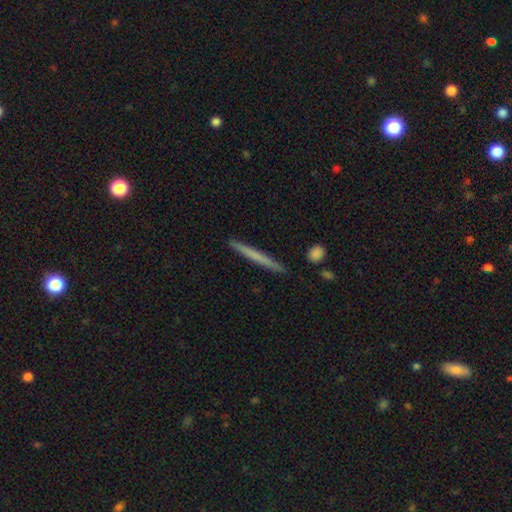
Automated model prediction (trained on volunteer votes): smooth-or-featured: smooth: 58% | featured or disk: 36% | star or artifact: 6%
  how-rounded: cigar-shaped: 97% | in between: 2% | round: 1%
  merging: none: 91% | minor disturbance: 6% | merger: 2% | major disturbance: 1%